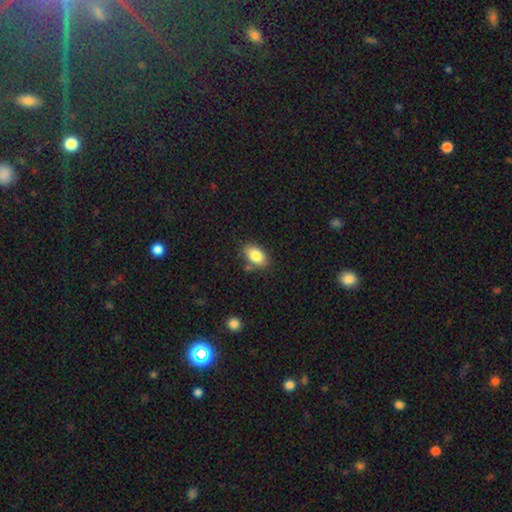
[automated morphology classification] A smooth galaxy with no disk features (83%) that is in between round and cigar-shaped (89%). Merging: none (76%).